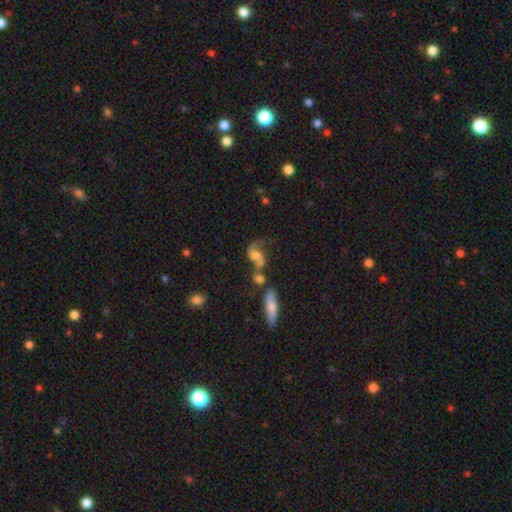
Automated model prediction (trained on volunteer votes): Smooth or featured: featured or disk — 63% (smooth — 26%)
Edge-on disk: no — 93% (yes — 7%)
Bar: no — 59% (weak — 33%)
Spiral arms: yes — 83% (no — 17%)
Bulge size: moderate — 37% (large — 22%)
Merging: merger — 40% (none — 28%)